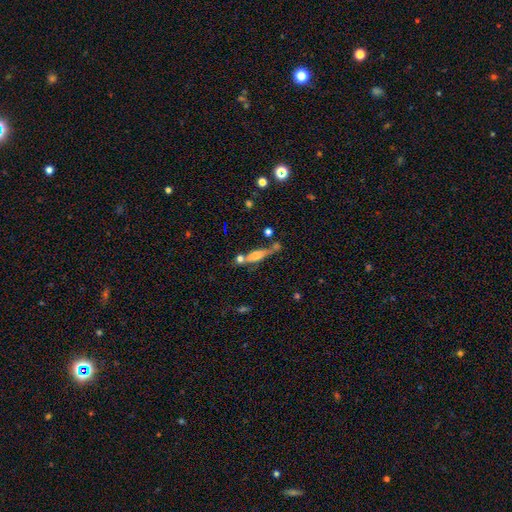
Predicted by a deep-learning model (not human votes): Smooth or featured? smooth (45%, tied with featured or disk)
Merging? none (52%)